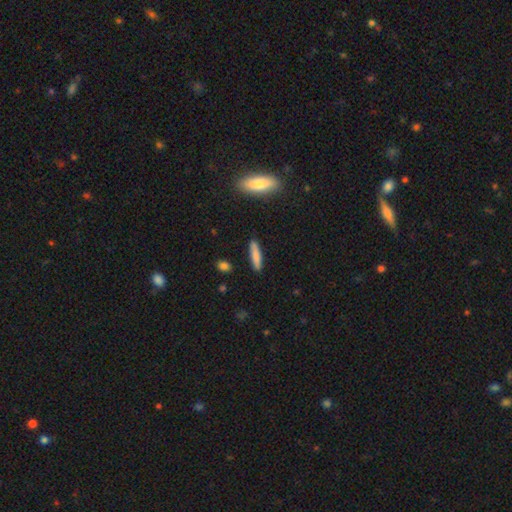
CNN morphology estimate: smooth-or-featured: smooth: 81% | featured or disk: 13% | star or artifact: 7%
  how-rounded: cigar-shaped: 83% | in between: 16% | round: 2%
  merging: none: 87% | minor disturbance: 9% | merger: 2% | major disturbance: 2%